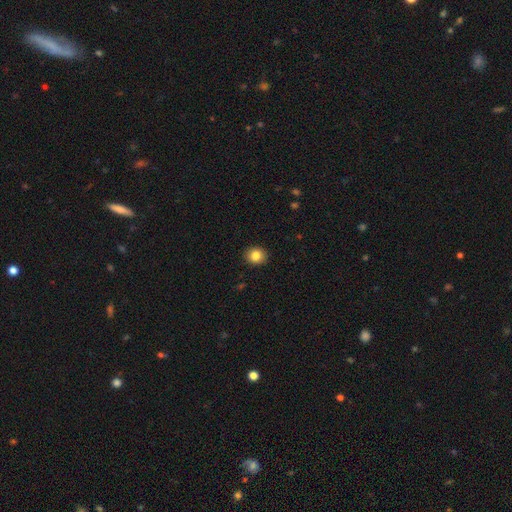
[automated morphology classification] Smooth or featured? Predicted: smooth (p=0.84). How rounded? Predicted: round (p=0.75). Merging? Predicted: none (p=0.91).